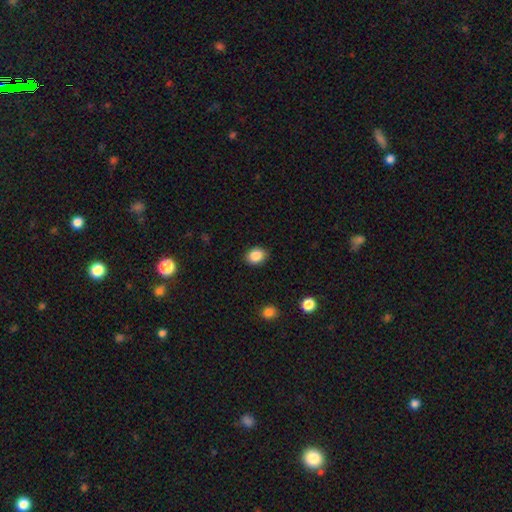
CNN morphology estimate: smooth-or-featured: smooth: 87% | star or artifact: 9% | featured or disk: 4%
  how-rounded: in between: 52% | round: 47% | cigar-shaped: 1%
  merging: none: 88% | minor disturbance: 9% | major disturbance: 2% | merger: 1%